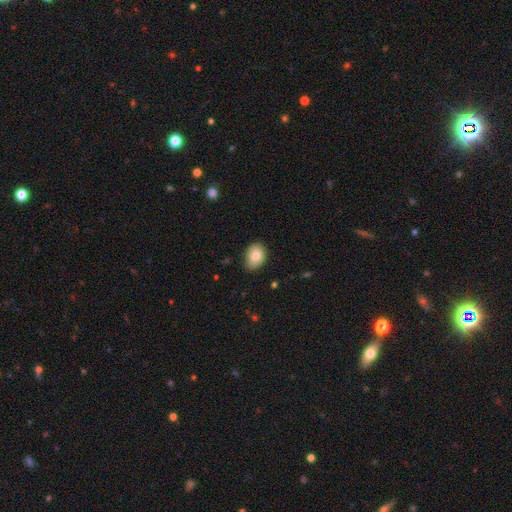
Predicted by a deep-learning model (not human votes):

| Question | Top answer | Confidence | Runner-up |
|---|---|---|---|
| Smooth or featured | smooth | 80% | featured or disk (12%) |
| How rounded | in between | 65% | round (34%) |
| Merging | none | 75% | minor disturbance (21%) |